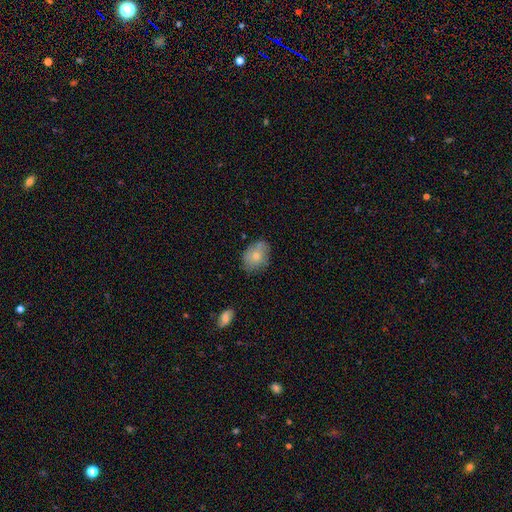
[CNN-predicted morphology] Smooth or featured?
  - smooth: 73% *
  - featured or disk: 20%
  - star or artifact: 8%
How rounded?
  - in between: 63% *
  - round: 36%
  - cigar-shaped: 1%
Merging?
  - none: 69% *
  - minor disturbance: 23%
  - major disturbance: 5%
  - merger: 2%